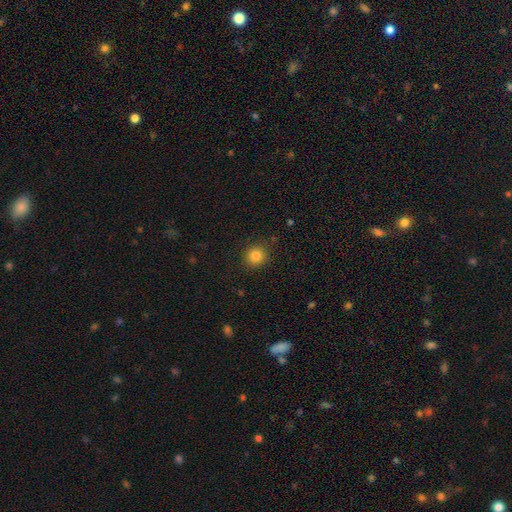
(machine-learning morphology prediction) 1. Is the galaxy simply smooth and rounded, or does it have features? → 83% smooth, 11% star or artifact, 5% featured or disk.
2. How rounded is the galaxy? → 88% round, 11% in between, 1% cigar-shaped.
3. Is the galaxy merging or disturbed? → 88% none, 8% minor disturbance, 2% major disturbance, 1% merger.